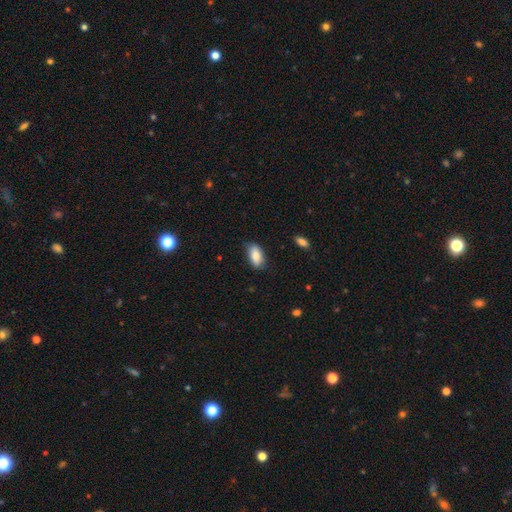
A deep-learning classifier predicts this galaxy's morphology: This appears to be a smooth galaxy with no disk features (85%) that is in between round and cigar-shaped (91%). Merging: none (78%).